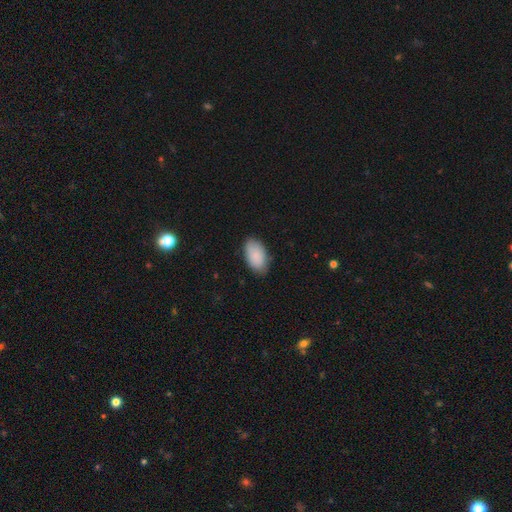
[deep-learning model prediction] Smooth or featured? Predicted: smooth (p=0.88). How rounded? Predicted: in between (p=0.95). Merging? Predicted: none (p=0.78).